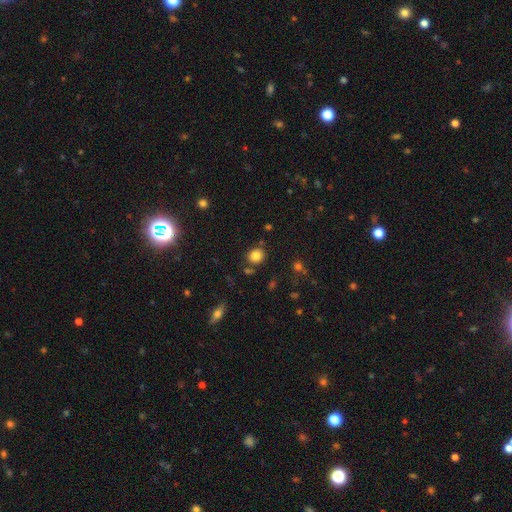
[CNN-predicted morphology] A smooth galaxy with no disk features (82%) that is round (83%). Merging: none (81%).